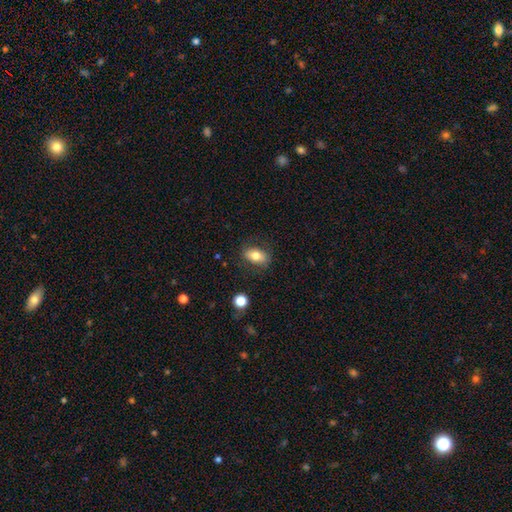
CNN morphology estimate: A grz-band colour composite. It shows a smooth galaxy with no disk features (76%) that is in between round and cigar-shaped (86%). Merging: none (80%).